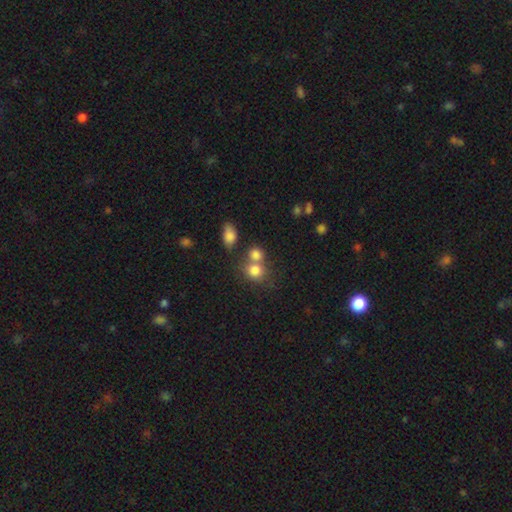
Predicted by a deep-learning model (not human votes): A smooth galaxy with no disk features (79%) that is round (76%).

Vote fractions:
- Smooth or featured? smooth: 79% / star or artifact: 12% / featured or disk: 9%
- How rounded? round: 76% / in between: 23% / cigar-shaped: 1%
- Merging? none: 47% / merger: 40% / minor disturbance: 9% / major disturbance: 4%